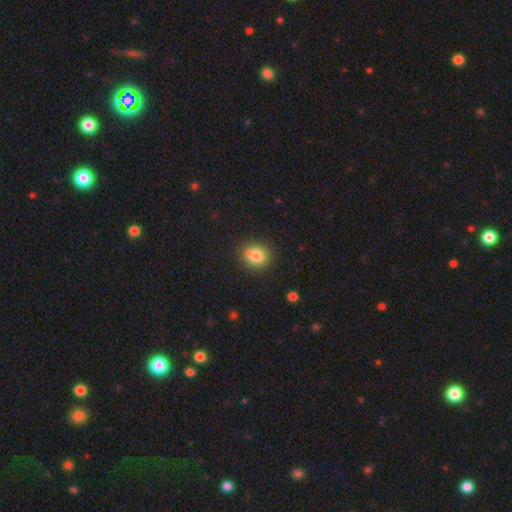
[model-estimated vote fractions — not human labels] smooth-or-featured: smooth: 79% | star or artifact: 11% | featured or disk: 10%
  how-rounded: round: 76% | in between: 23% | cigar-shaped: 1%
  merging: none: 66% | merger: 18% | minor disturbance: 13% | major disturbance: 3%